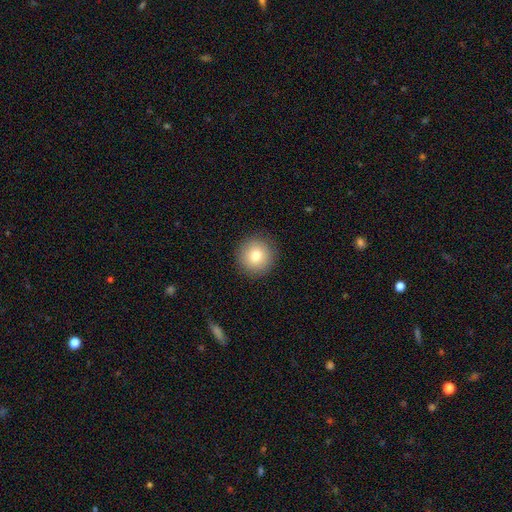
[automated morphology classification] Smooth or featured?
  - smooth: 79% *
  - featured or disk: 11%
  - star or artifact: 10%
How rounded?
  - round: 95% *
  - in between: 4%
  - cigar-shaped: 1%
Merging?
  - none: 91% *
  - minor disturbance: 6%
  - major disturbance: 2%
  - merger: 1%